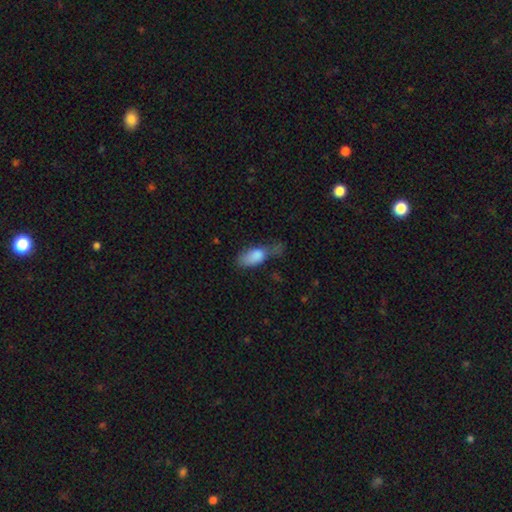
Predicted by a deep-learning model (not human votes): Morphology: type=smooth (82%); roundness=in between (86%); merging=minor disturbance (34%).